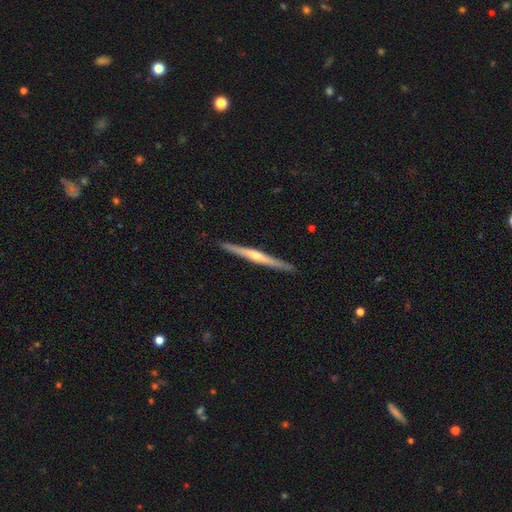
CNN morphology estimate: Smooth or featured: featured or disk — 74% (smooth — 21%)
Edge-on disk: yes — 98% (no — 2%)
Edge-on bulge: rounded — 79% (none — 17%)
Merging: none — 92% (minor disturbance — 6%)